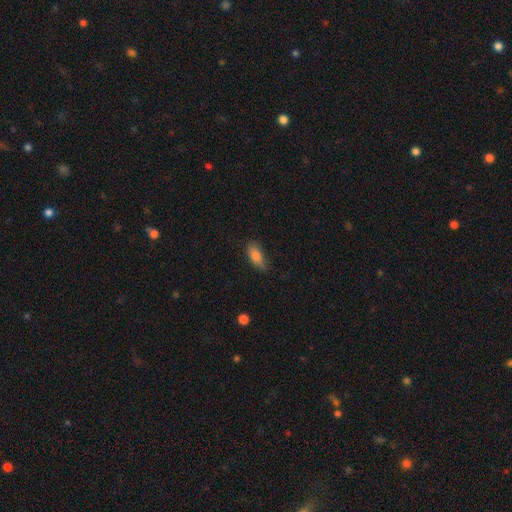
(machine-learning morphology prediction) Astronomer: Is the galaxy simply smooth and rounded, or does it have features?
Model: smooth — 81%.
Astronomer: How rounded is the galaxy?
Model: in between — 81%.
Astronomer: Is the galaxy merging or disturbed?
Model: none — 68%.